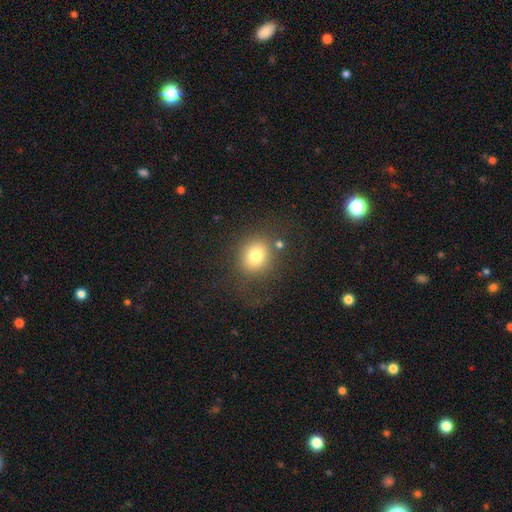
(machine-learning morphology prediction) Smooth or featured? Predicted: smooth (p=0.76). How rounded? Predicted: round (p=0.74). Merging? Predicted: none (p=0.74).